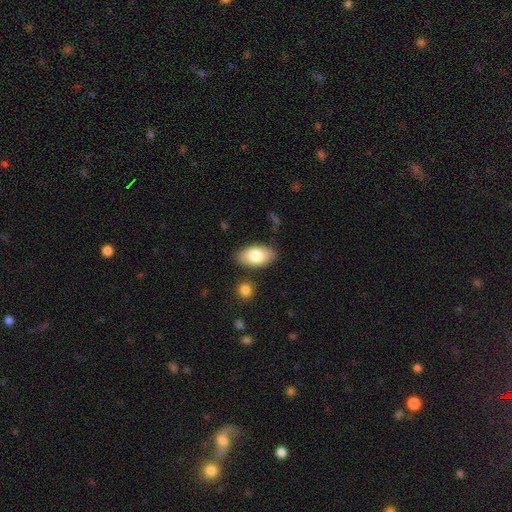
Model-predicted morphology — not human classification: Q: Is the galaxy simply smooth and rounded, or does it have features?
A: smooth — 81%.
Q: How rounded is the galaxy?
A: in between — 94%.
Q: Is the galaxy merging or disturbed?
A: none — 82%.